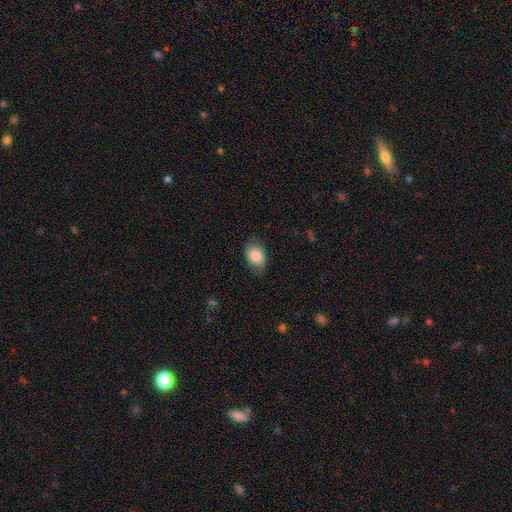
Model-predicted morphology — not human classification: This appears to be a smooth galaxy with no disk features (81%) that is in between round and cigar-shaped (77%). Merging: none (68%).